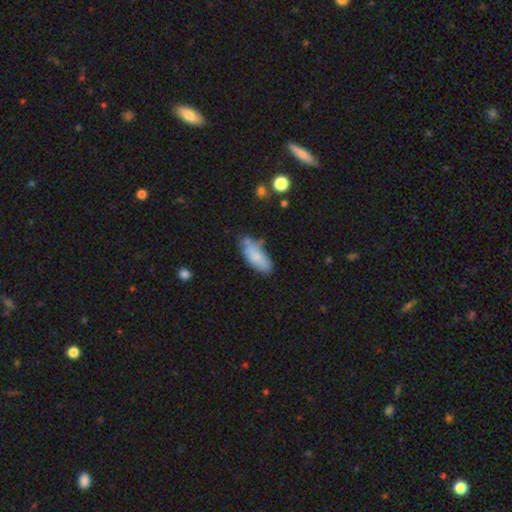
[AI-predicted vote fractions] Morphology: type=smooth (78%); roundness=in between (76%); merging=none (61%).